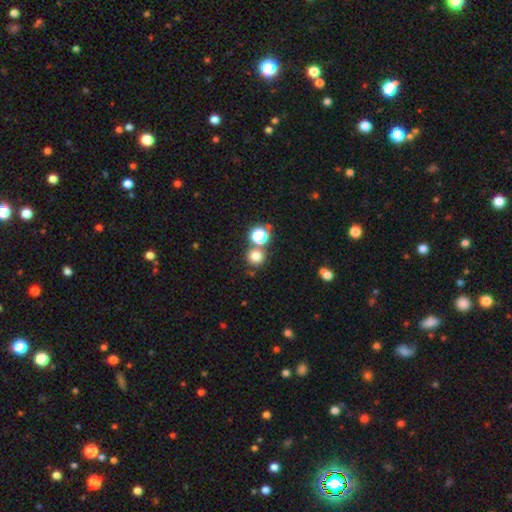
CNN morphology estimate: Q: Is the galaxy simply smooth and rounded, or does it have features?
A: smooth — 74%.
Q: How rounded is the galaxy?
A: round — 92%.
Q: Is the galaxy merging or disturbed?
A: none — 73%.